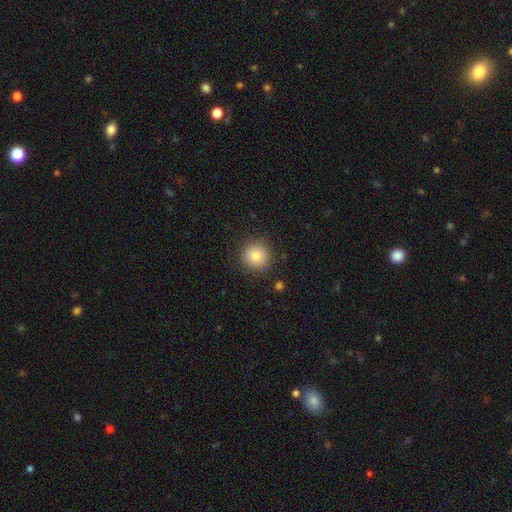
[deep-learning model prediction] Overall: smooth (80%). How rounded: round (94%). Merging: none (87%).